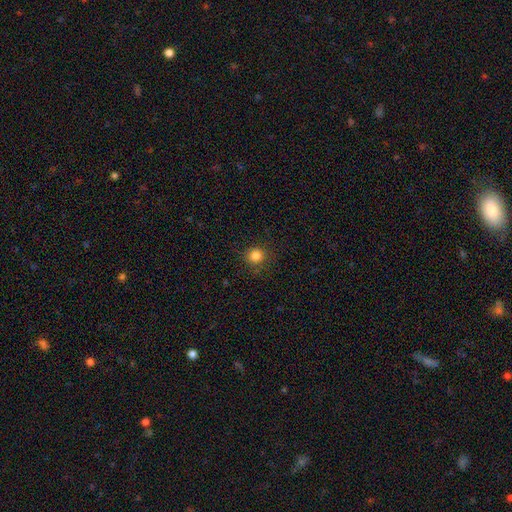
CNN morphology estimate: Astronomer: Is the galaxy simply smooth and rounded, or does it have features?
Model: smooth — 83%.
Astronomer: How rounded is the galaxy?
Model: round — 91%.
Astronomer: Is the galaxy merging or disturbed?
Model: none — 88%.